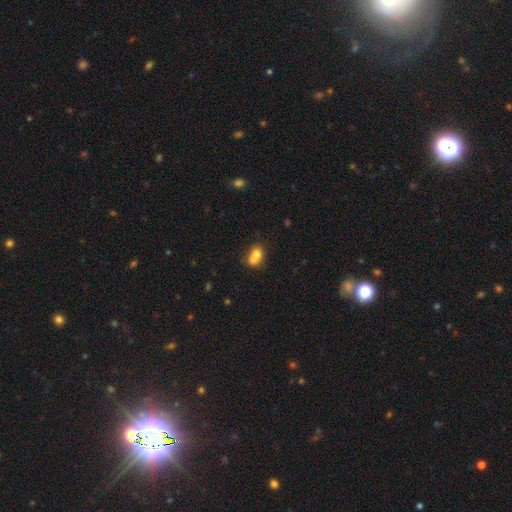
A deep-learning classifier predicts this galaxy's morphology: smooth_or_featured: smooth (p=0.72) [alt: featured or disk p=0.18]
how_rounded: in between (p=0.63) [alt: round p=0.35]
merging: merger (p=0.51) [alt: none p=0.30]